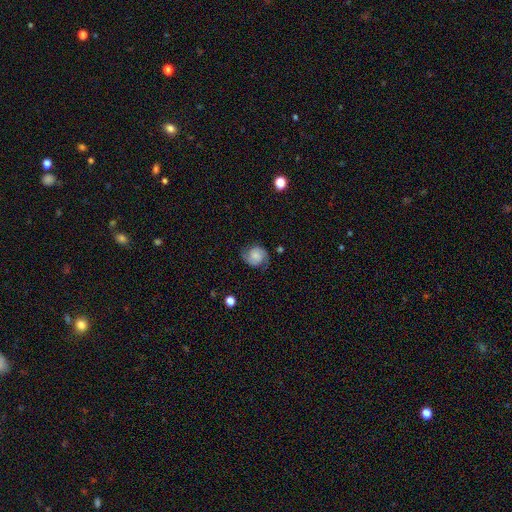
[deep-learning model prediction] Morphology: type=featured or disk (64%); edge-on=no (98%); bar=no (66%); spiral arms=yes (95%); winding=medium (45%); arm count=2 (89%); bulge=none (34%); merging=none (76%).